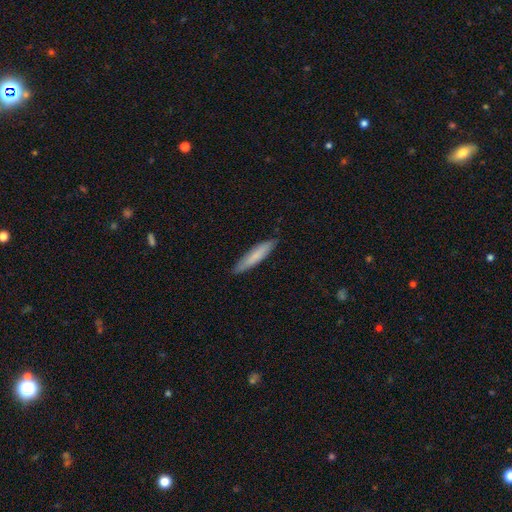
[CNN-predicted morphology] Smooth or featured?
  - smooth: 77% *
  - featured or disk: 18%
  - star or artifact: 5%
How rounded?
  - cigar-shaped: 86% *
  - in between: 12%
  - round: 1%
Merging?
  - none: 87% *
  - minor disturbance: 10%
  - major disturbance: 2%
  - merger: 1%